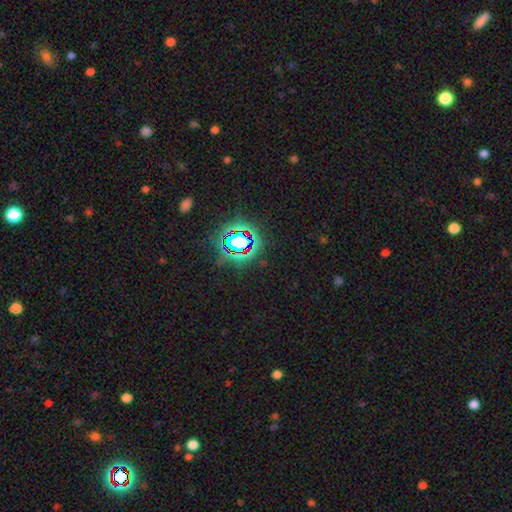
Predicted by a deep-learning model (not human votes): Smooth or featured? Predicted: star or artifact (p=0.81).